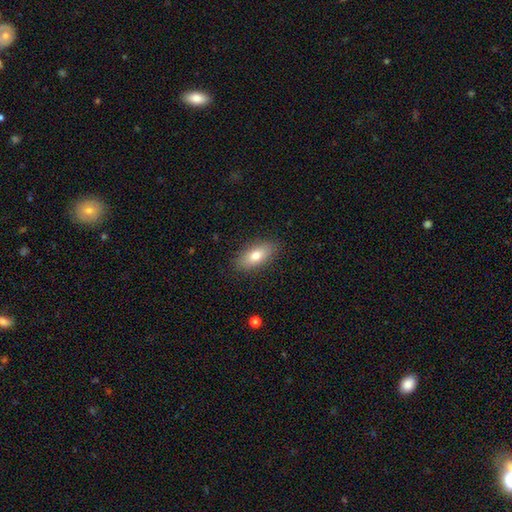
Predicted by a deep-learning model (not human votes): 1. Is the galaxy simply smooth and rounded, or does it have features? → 76% smooth, 17% featured or disk, 7% star or artifact.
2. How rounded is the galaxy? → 84% in between, 12% cigar-shaped, 4% round.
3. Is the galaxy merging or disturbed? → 87% none, 10% minor disturbance, 2% major disturbance, 1% merger.